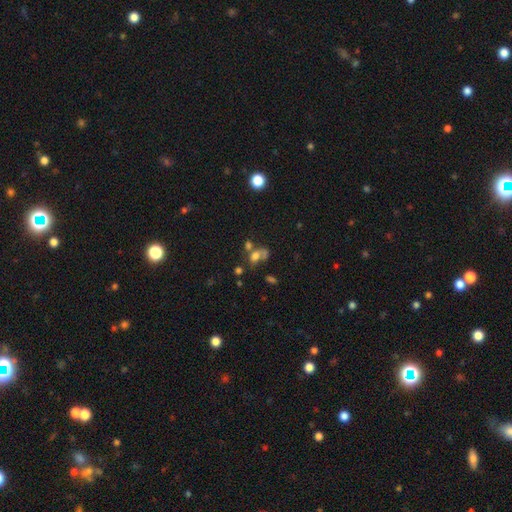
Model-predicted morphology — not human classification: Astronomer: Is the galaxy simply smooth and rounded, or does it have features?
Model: smooth — 61%.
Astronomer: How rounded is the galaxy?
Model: in between — 63%.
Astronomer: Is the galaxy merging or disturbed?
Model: merger — 45% (runner-up: none, 28%).